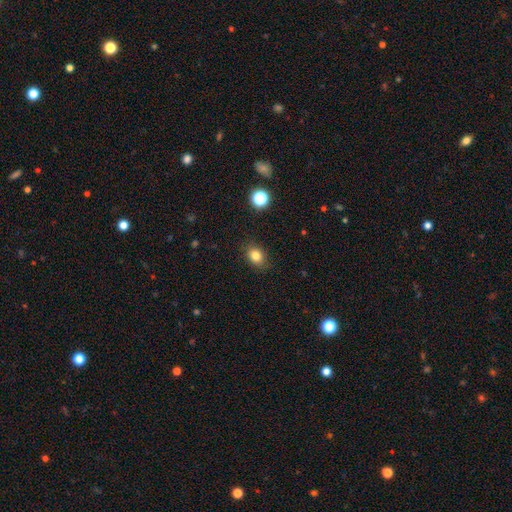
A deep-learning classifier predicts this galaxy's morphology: type=smooth (82%); roundness=in between (59%); merging=none (84%).